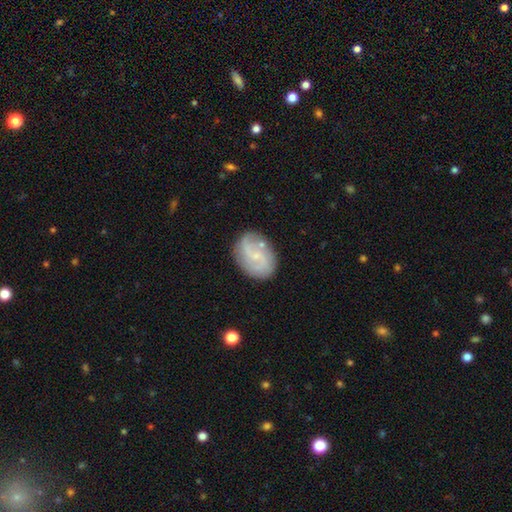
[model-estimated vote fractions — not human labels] The model was most divided on "spiral winding": loose: 42%, medium: 40%, tight: 18%. Remaining: edge-on disk — no (97%); spiral arms — yes (90%); spiral arm count — 2 (76%); merging — none (74%); bulge size — small (73%); smooth or featured — featured or disk (71%); bar — no (47%).